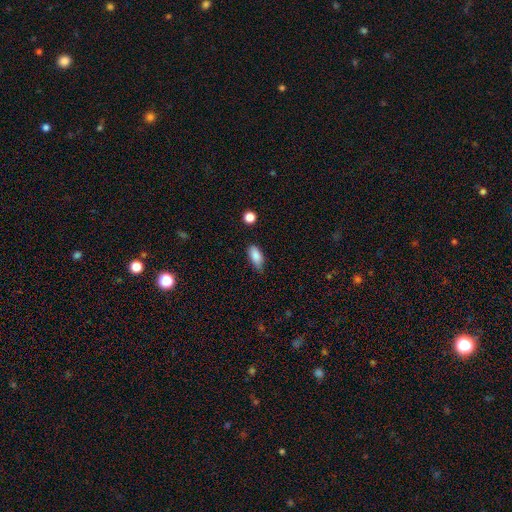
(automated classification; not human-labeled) This is clearly a smooth galaxy (86%). How rounded: clearly in between (88%). Merging: likely none (65%).